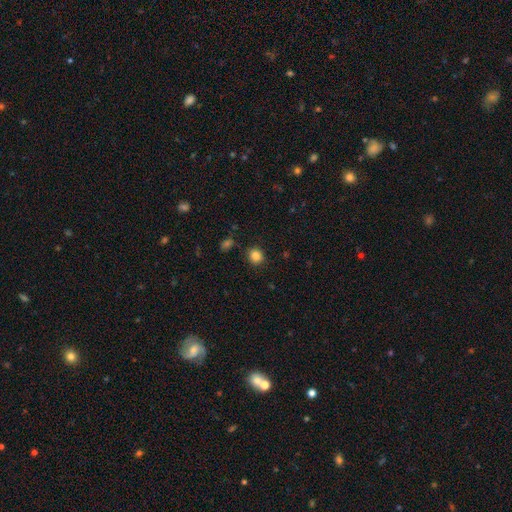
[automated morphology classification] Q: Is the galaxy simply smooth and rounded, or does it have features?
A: smooth — 85%.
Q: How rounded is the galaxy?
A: round — 84%.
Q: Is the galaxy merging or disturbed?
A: none — 88%.